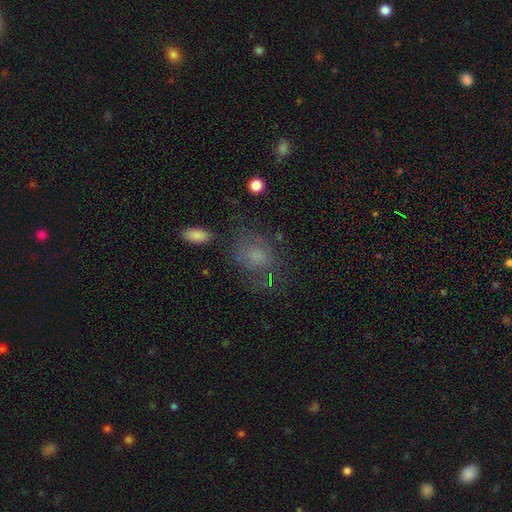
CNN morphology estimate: The model was most divided on "how rounded": in between: 53%, round: 45%, cigar-shaped: 2%. More confident: merging — none (56%); smooth or featured — smooth (52%).